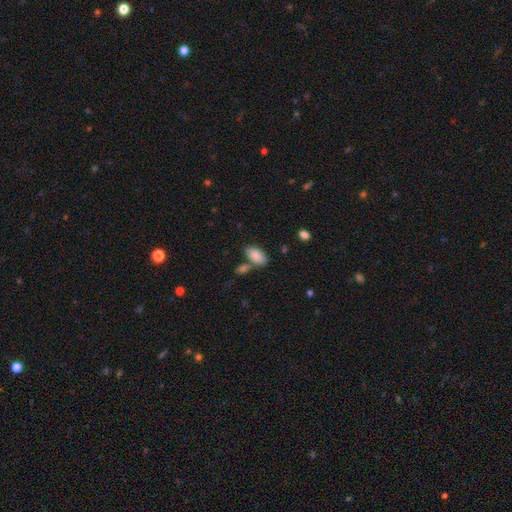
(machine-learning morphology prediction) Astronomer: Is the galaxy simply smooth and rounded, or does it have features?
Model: smooth — 87%.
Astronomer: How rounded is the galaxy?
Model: in between — 94%.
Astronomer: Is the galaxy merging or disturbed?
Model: none — 59%.